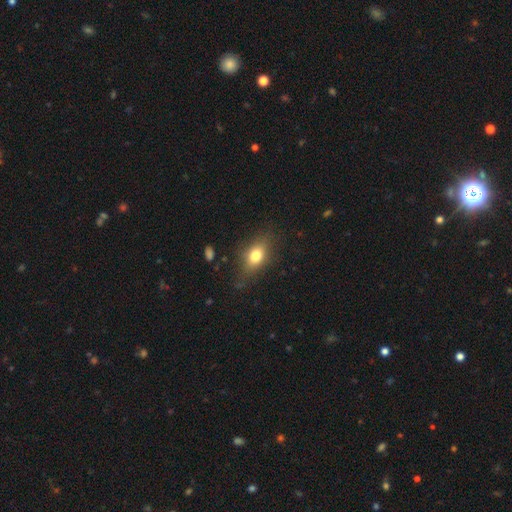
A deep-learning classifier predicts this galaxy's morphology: Smooth or featured: smooth — 75% (featured or disk — 15%)
How rounded: in between — 75% (round — 18%)
Merging: none — 76% (minor disturbance — 17%)